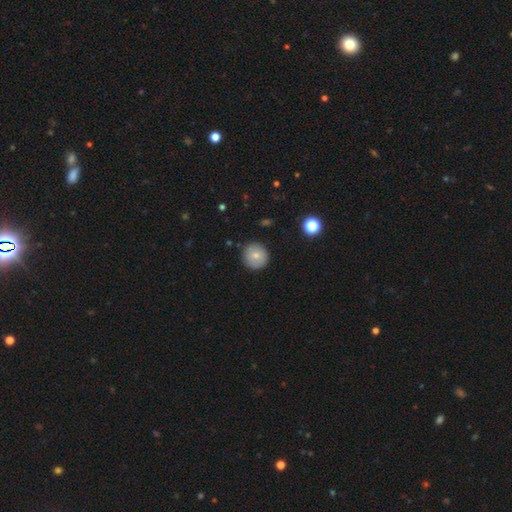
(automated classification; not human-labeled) A smooth galaxy with no disk features (73%) that is round (94%).

Vote fractions:
- Smooth or featured? smooth: 73% / featured or disk: 18% / star or artifact: 9%
- How rounded? round: 94% / in between: 5% / cigar-shaped: 1%
- Merging? none: 90% / minor disturbance: 7% / major disturbance: 2% / merger: 1%